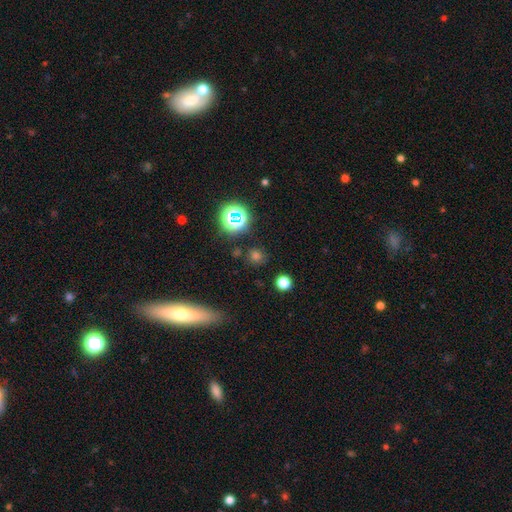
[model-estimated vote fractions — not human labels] smooth 64%, star or artifact 29%, featured or disk 6%. Down the decision tree: how rounded — round (85%); merging — none (84%).